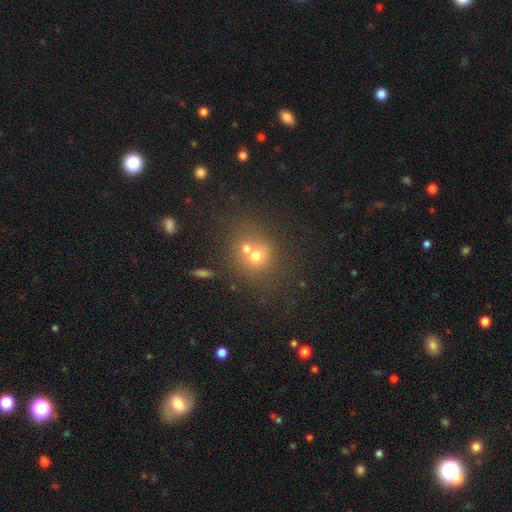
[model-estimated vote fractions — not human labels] smooth_or_featured: smooth (p=0.64) [alt: featured or disk p=0.20]
how_rounded: round (p=0.79) [alt: in between p=0.20]
merging: merger (p=0.49) [alt: none p=0.39]